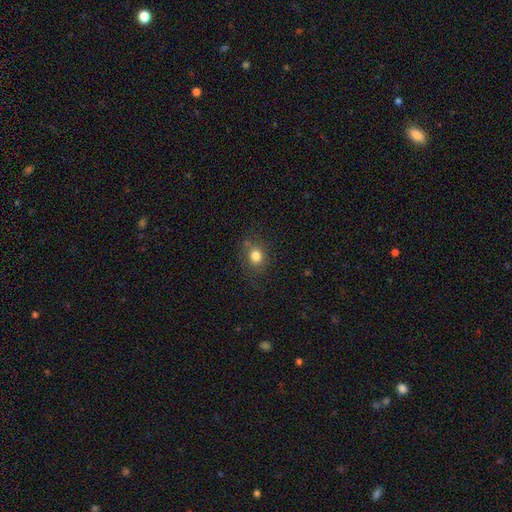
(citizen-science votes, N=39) Smooth or featured? 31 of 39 (79%) said smooth. How rounded? 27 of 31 (87%) said round. Merging? 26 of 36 (72%) said none.